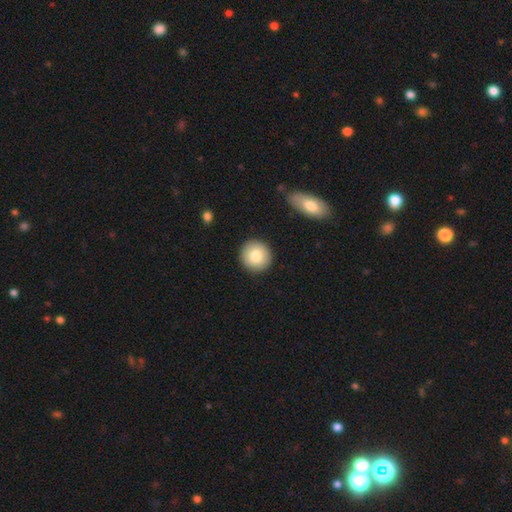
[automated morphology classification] smooth_or_featured: smooth (p=0.80) [alt: featured or disk p=0.12]
how_rounded: round (p=0.94) [alt: in between p=0.05]
merging: none (p=0.92) [alt: minor disturbance p=0.05]